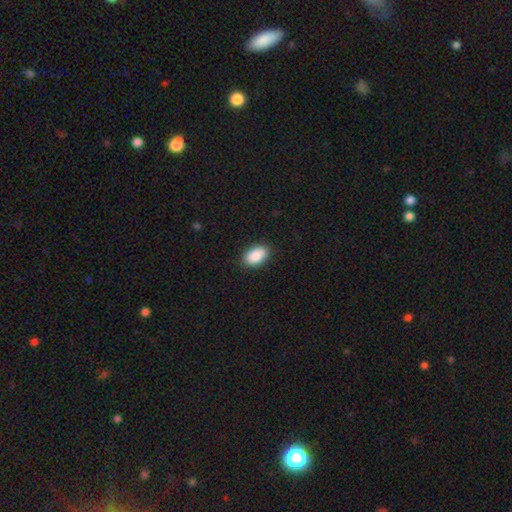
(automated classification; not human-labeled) Smooth or featured?
  - smooth: 89% *
  - star or artifact: 6%
  - featured or disk: 4%
How rounded?
  - in between: 93% *
  - round: 6%
  - cigar-shaped: 2%
Merging?
  - none: 87% *
  - minor disturbance: 10%
  - major disturbance: 2%
  - merger: 1%